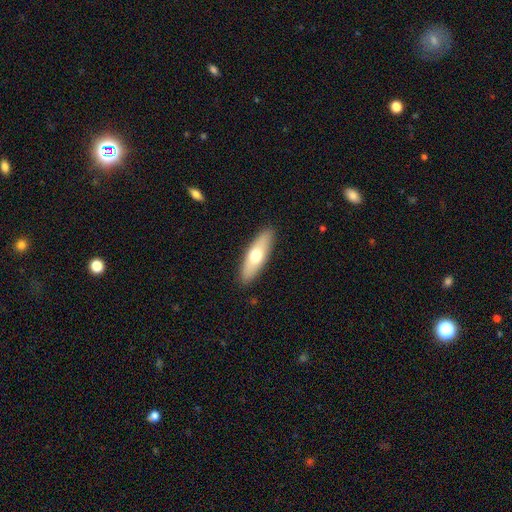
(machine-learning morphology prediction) A smooth galaxy with no disk features (63%) that is in between round and cigar-shaped (52%).

Vote fractions:
- Smooth or featured? smooth: 63% / featured or disk: 32% / star or artifact: 6%
- How rounded? in between: 52% / cigar-shaped: 45% / round: 2%
- Merging? none: 89% / minor disturbance: 8% / major disturbance: 2% / merger: 1%